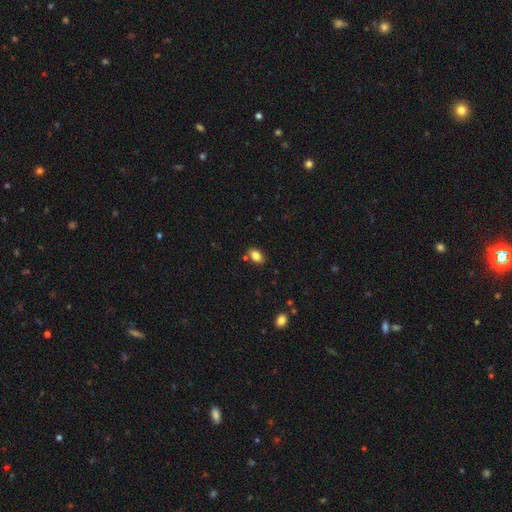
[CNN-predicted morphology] Smooth or featured: smooth — 83% (star or artifact — 9%)
How rounded: in between — 87% (round — 11%)
Merging: none — 80% (minor disturbance — 11%)